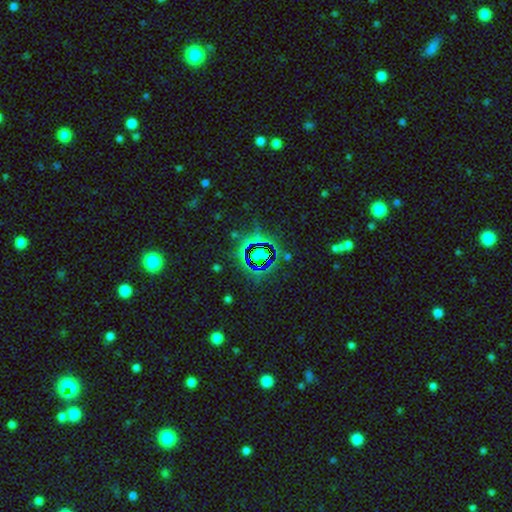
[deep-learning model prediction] Morphology: type=star or artifact (75%).